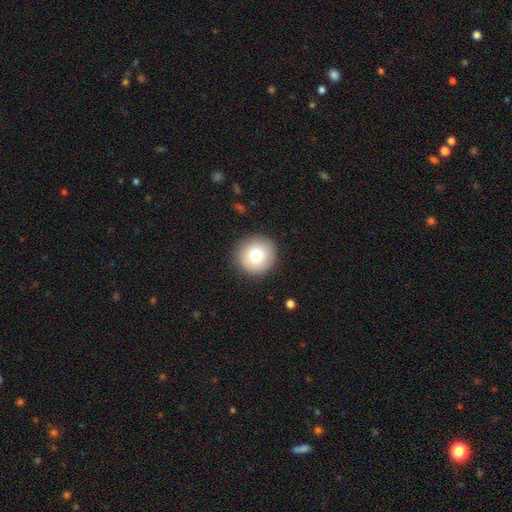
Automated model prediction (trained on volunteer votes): This is likely a smooth galaxy (80%). How rounded: clearly round (95%). Merging: clearly none (91%).